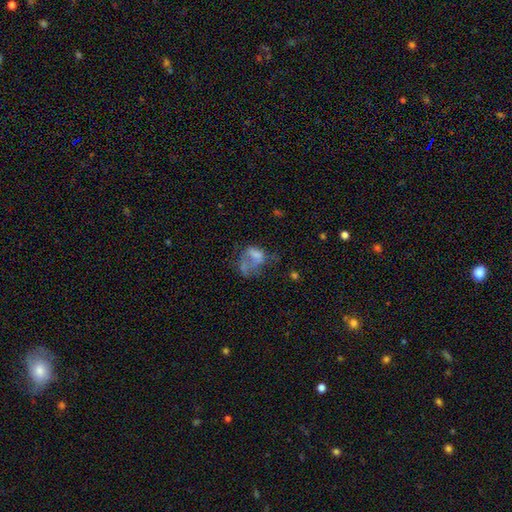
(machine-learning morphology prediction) type=smooth (49%); merging=major disturbance (45%).